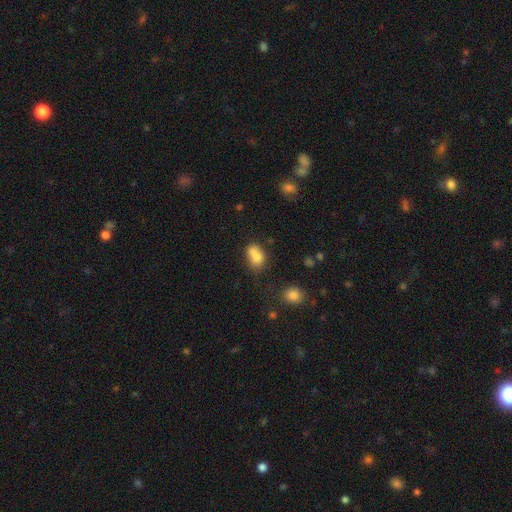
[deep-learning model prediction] A smooth galaxy with no disk features (74%) that is in between round and cigar-shaped (61%).

Vote fractions:
- Smooth or featured? smooth: 74% / featured or disk: 16% / star or artifact: 11%
- How rounded? in between: 61% / round: 37% / cigar-shaped: 2%
- Merging? merger: 57% / none: 27% / minor disturbance: 11% / major disturbance: 5%